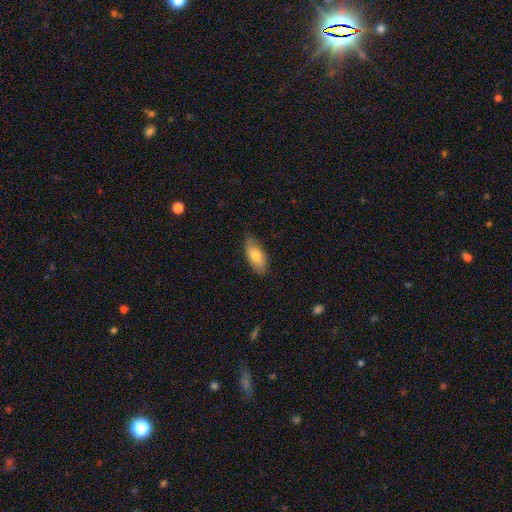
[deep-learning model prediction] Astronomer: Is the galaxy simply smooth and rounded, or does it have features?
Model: smooth — 76%.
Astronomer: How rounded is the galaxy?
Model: in between — 91%.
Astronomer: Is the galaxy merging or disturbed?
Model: none — 78%.